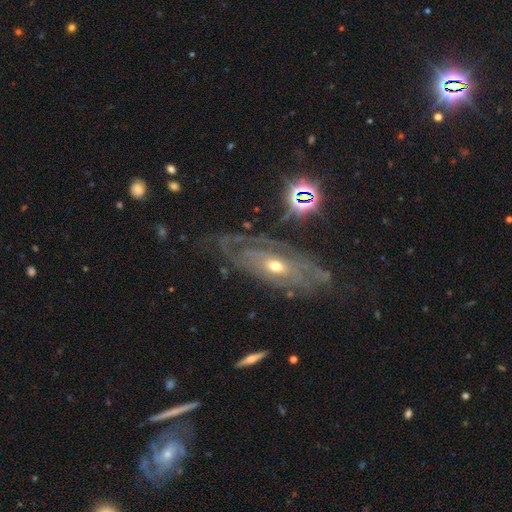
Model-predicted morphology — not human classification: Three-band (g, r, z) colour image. It shows a featured or disk galaxy (76%) with no bar (73%), spiral arms (79%) and a small central bulge (53%). Merging: none (72%).